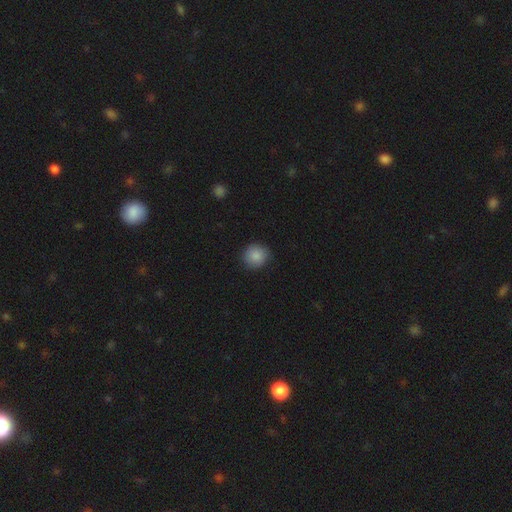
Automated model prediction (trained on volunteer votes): Smooth or featured: smooth — 88% (star or artifact — 8%)
How rounded: round — 90% (in between — 9%)
Merging: none — 88% (minor disturbance — 9%)